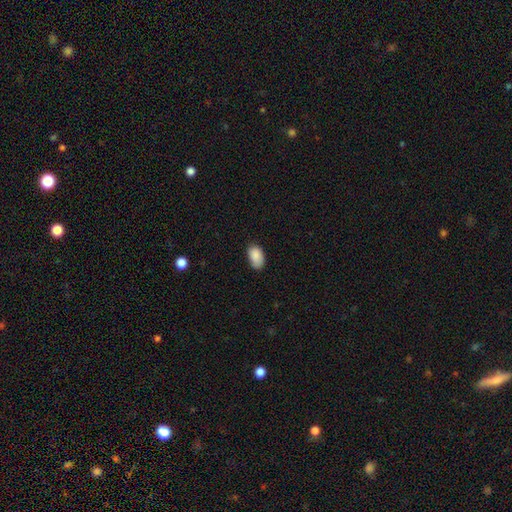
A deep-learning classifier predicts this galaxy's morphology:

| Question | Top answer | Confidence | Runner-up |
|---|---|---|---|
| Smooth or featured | smooth | 88% | star or artifact (7%) |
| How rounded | in between | 93% | round (6%) |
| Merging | none | 75% | minor disturbance (21%) |